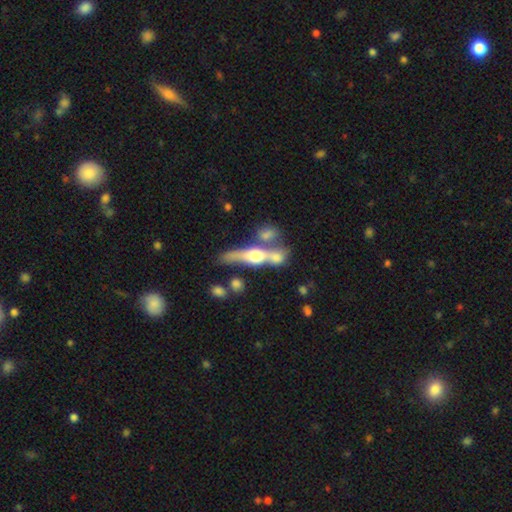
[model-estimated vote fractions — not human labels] Morphology: type=featured or disk (61%); edge-on=yes (83%); edge-on bulge=rounded (93%); merging=none (41%).